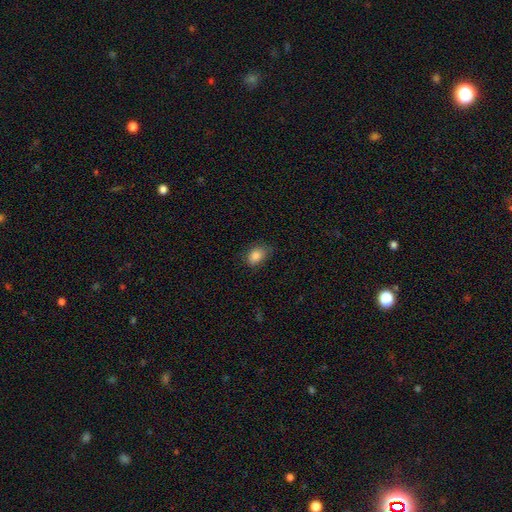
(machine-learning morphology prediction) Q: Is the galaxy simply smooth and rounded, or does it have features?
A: smooth — 85%.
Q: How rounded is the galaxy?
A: in between — 78%.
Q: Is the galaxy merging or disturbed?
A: none — 74%.